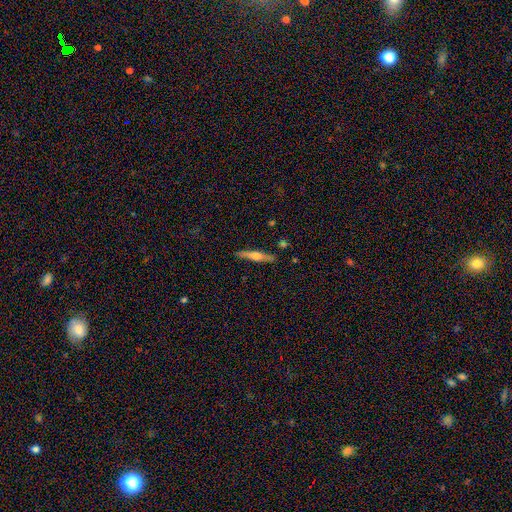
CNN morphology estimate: A featured or disk galaxy (63%) viewed edge-on (97%) with a rounded central bulge (85%). Merging: none (88%).